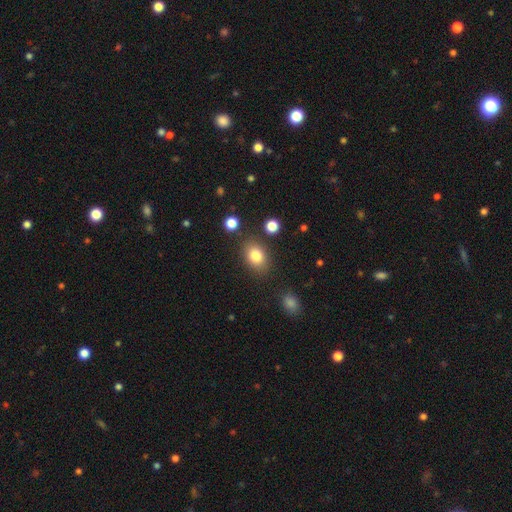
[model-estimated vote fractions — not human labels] smooth_or_featured: smooth (p=0.82) [alt: star or artifact p=0.10]
how_rounded: in between (p=0.69) [alt: round p=0.29]
merging: none (p=0.82) [alt: minor disturbance p=0.11]